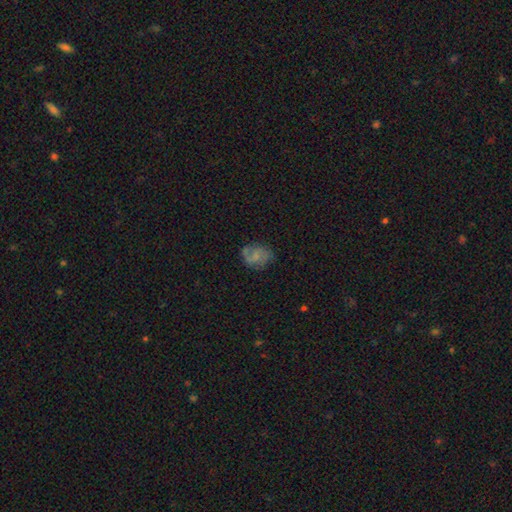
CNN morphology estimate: Overall: smooth (48%; featured or disk 41%). Merging: none (57%; minor disturbance 25%).